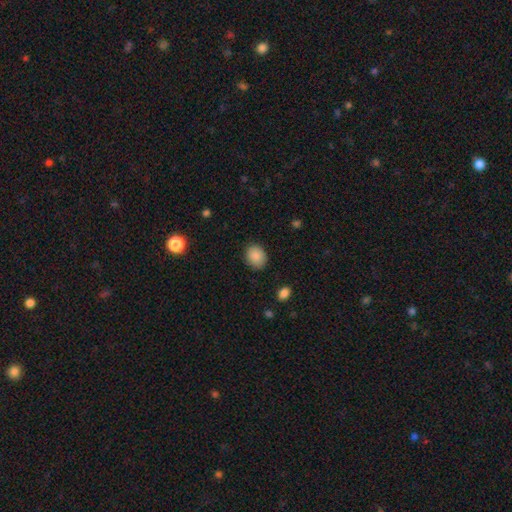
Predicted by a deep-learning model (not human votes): This is clearly a smooth galaxy (88%). How rounded: likely round (60%). Merging: clearly none (86%).